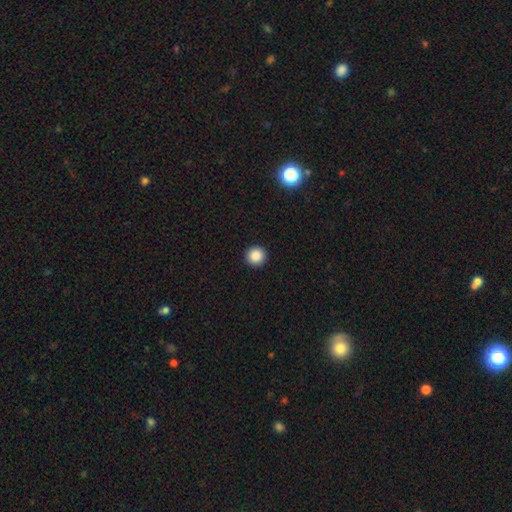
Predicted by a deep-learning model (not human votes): smooth 87%, star or artifact 10%, featured or disk 3%. Down the decision tree: how rounded — round (96%); merging — none (93%).